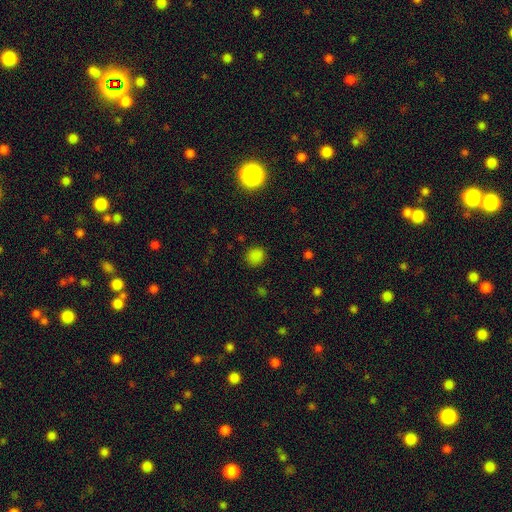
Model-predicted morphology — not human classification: This is clearly a smooth galaxy (81%). How rounded: likely round (77%). Merging: clearly none (85%).